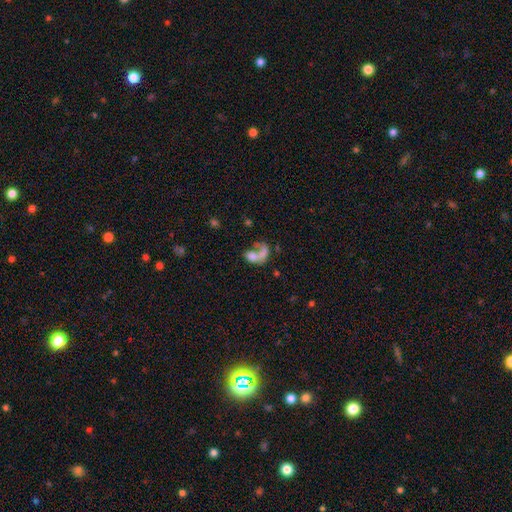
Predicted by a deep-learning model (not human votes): Smooth or featured?
  - smooth: 50% *
  - featured or disk: 38%
  - star or artifact: 12%
Merging?
  - merger: 41% *
  - major disturbance: 29%
  - none: 20%
  - minor disturbance: 9%